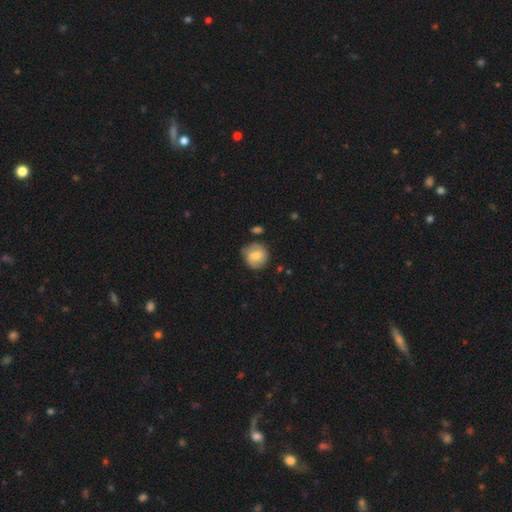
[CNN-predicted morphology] Q: Smooth or featured?
A: smooth (63%); runner-up: featured or disk (30%)
Q: How rounded?
A: round (88%); runner-up: in between (11%)
Q: Merging?
A: none (68%); runner-up: minor disturbance (23%)